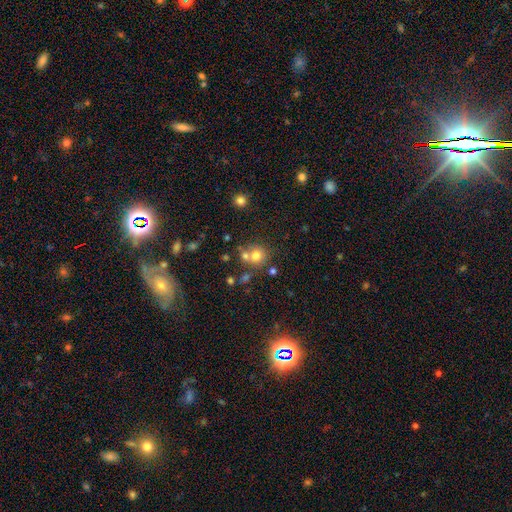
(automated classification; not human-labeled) smooth-or-featured: smooth: 72% | star or artifact: 15% | featured or disk: 13%
  how-rounded: round: 85% | in between: 14% | cigar-shaped: 1%
  merging: none: 54% | merger: 32% | minor disturbance: 10% | major disturbance: 4%